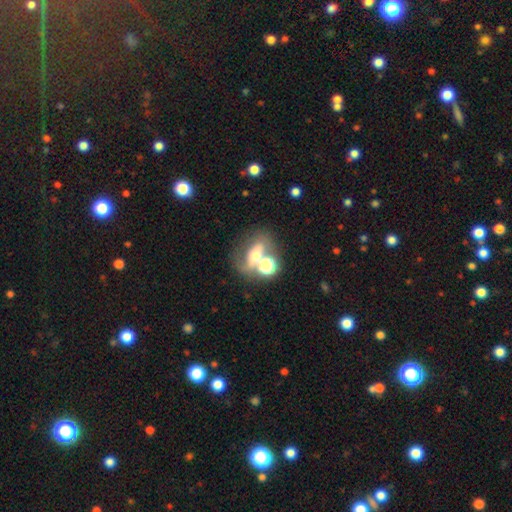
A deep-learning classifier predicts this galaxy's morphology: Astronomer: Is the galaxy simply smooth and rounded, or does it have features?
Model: smooth — 43% (runner-up: featured or disk, 37%).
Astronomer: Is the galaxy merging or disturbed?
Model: none — 43% (runner-up: merger, 35%).